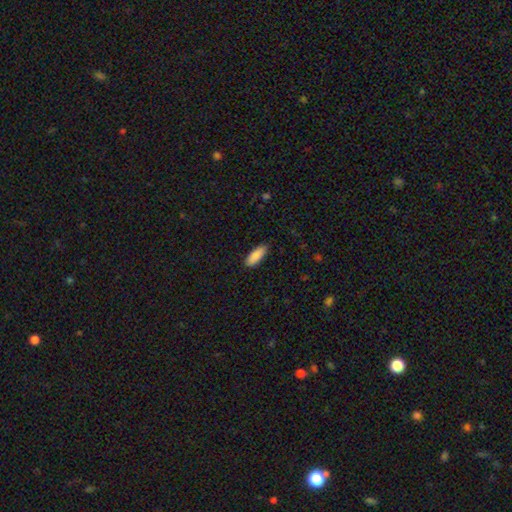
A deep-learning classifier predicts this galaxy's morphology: Smooth or featured: smooth — 89% (star or artifact — 6%)
How rounded: in between — 69% (cigar-shaped — 29%)
Merging: none — 88% (minor disturbance — 9%)